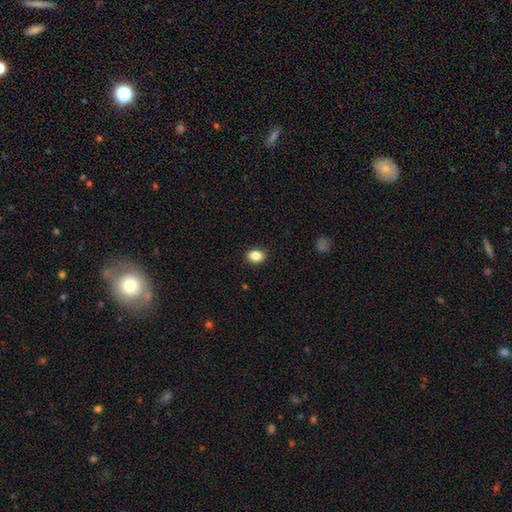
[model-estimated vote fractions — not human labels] Morphology: type=smooth (85%); roundness=in between (56%); merging=none (90%).